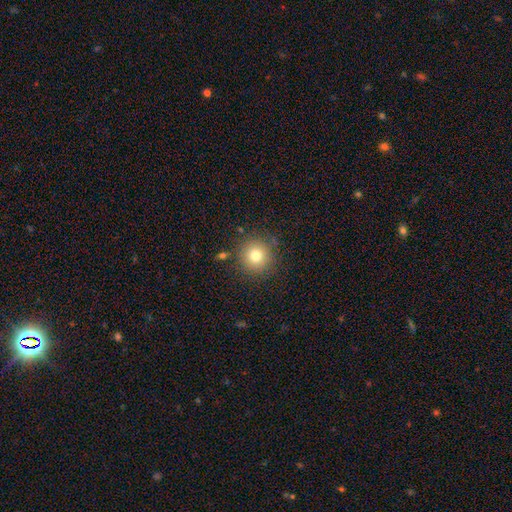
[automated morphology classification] A smooth galaxy with no disk features (77%) that is round (94%).

Vote fractions:
- Smooth or featured? smooth: 77% / star or artifact: 13% / featured or disk: 10%
- How rounded? round: 94% / in between: 6% / cigar-shaped: 1%
- Merging? none: 85% / minor disturbance: 9% / major disturbance: 3% / merger: 3%